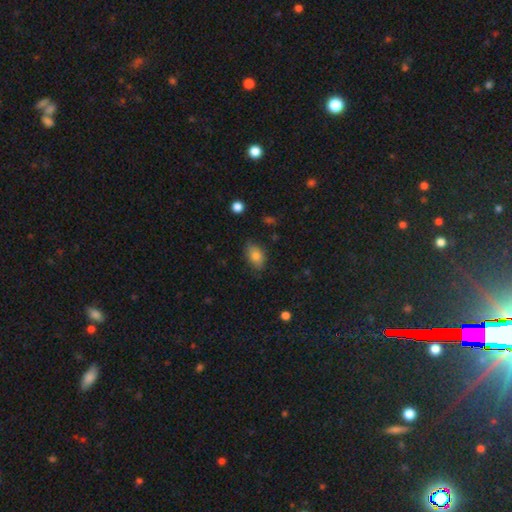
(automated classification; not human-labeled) Smooth or featured: smooth — 82% (featured or disk — 10%)
How rounded: in between — 89% (round — 9%)
Merging: none — 77% (minor disturbance — 18%)